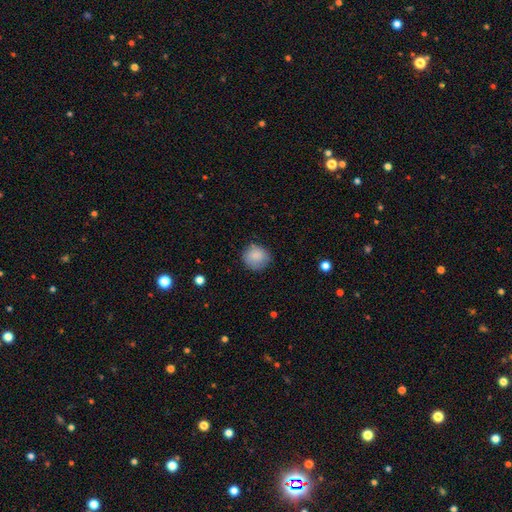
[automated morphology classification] A smooth galaxy with no disk features (86%) that is round (86%).

Vote fractions:
- Smooth or featured? smooth: 86% / star or artifact: 8% / featured or disk: 6%
- How rounded? round: 86% / in between: 13% / cigar-shaped: 1%
- Merging? none: 77% / minor disturbance: 18% / major disturbance: 4% / merger: 1%